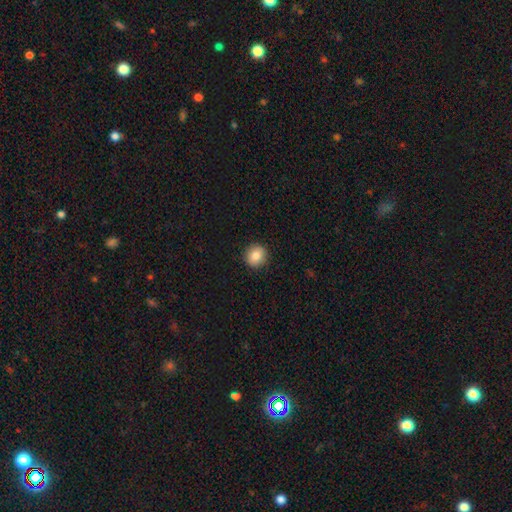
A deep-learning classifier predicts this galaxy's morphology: smooth_or_featured: smooth (p=0.85) [alt: star or artifact p=0.09]
how_rounded: round (p=0.88) [alt: in between p=0.11]
merging: none (p=0.92) [alt: minor disturbance p=0.06]